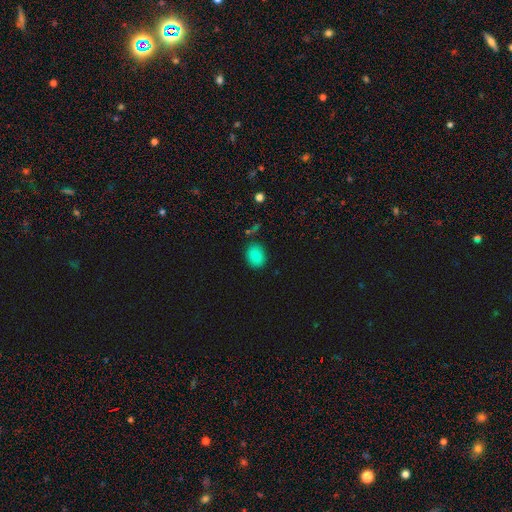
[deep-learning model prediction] The model was most divided on "how rounded": in between: 58%, round: 41%, cigar-shaped: 1%. More confident: smooth or featured — smooth (83%); merging — none (80%).